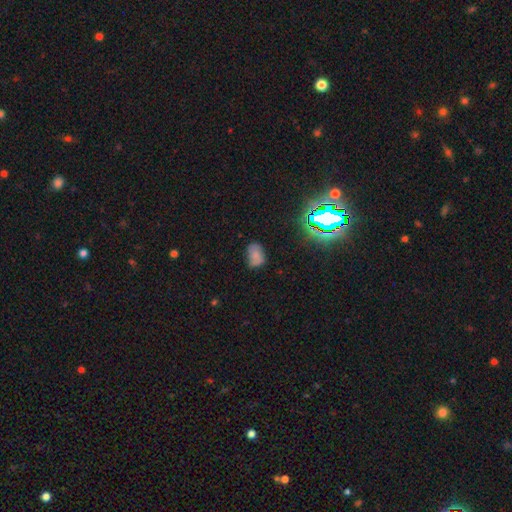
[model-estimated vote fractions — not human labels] This appears to be a smooth galaxy with no disk features (69%) that is in between round and cigar-shaped (84%). Merging: none (60%).